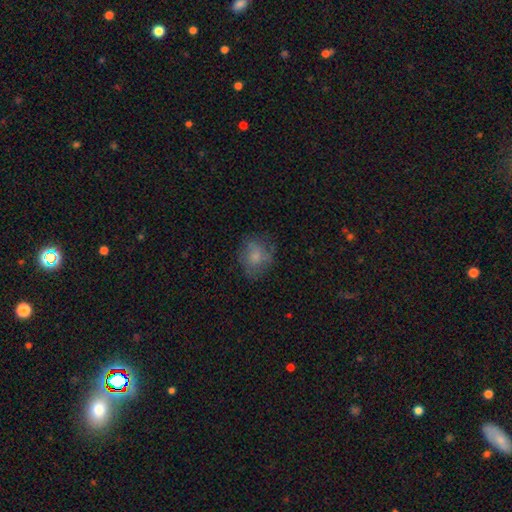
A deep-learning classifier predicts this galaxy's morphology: smooth-or-featured: smooth: 66% | featured or disk: 24% | star or artifact: 10%
  how-rounded: round: 59% | in between: 40% | cigar-shaped: 1%
  merging: none: 60% | minor disturbance: 24% | major disturbance: 14% | merger: 2%